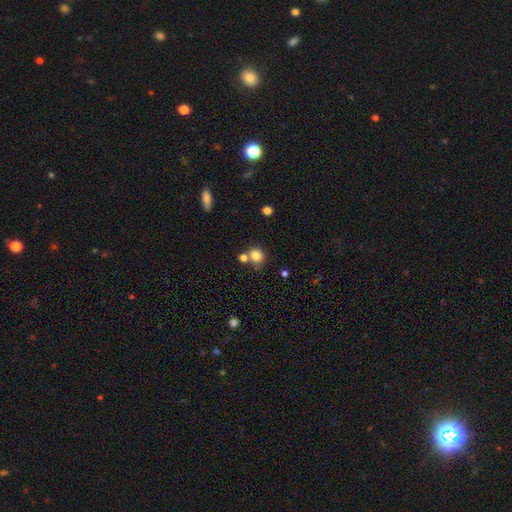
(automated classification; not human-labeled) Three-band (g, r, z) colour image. It shows a smooth galaxy with no disk features (81%) that is round (80%). Merging: none (54%).